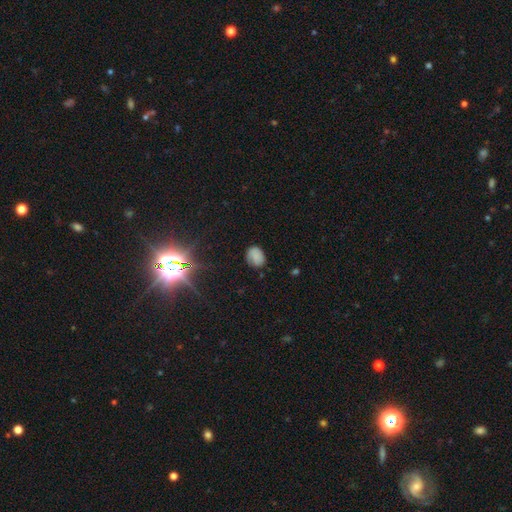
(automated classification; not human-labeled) This appears to be a smooth galaxy with no disk features (74%) that is in between round and cigar-shaped (57%). Merging: none (73%).